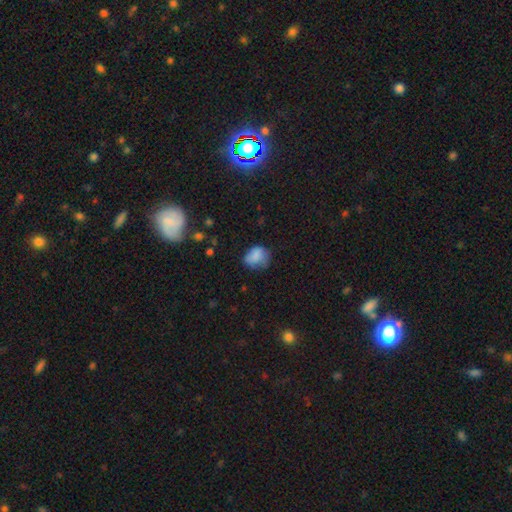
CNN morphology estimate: A smooth galaxy with no disk features (80%) that is in between round and cigar-shaped (52%). Merging: none (51%).